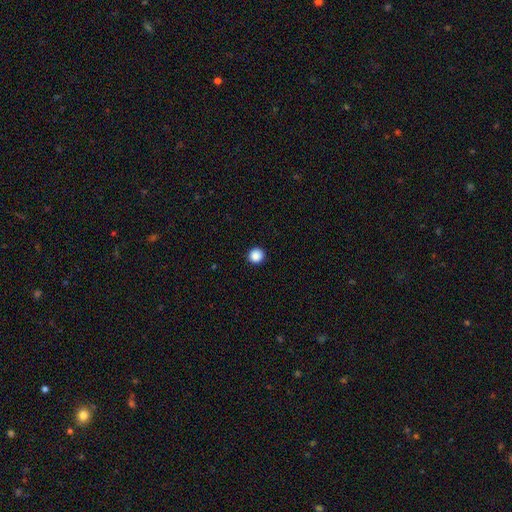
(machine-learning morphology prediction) type=smooth (88%); roundness=round (95%); merging=none (93%).